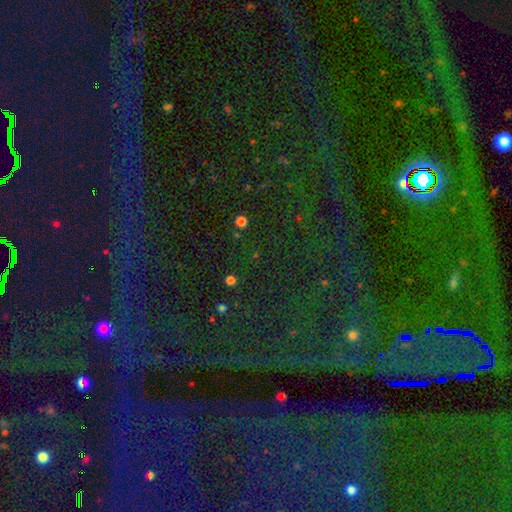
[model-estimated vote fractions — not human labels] The model was most divided on "smooth or featured": star or artifact: 74%, smooth: 19%, featured or disk: 7%.